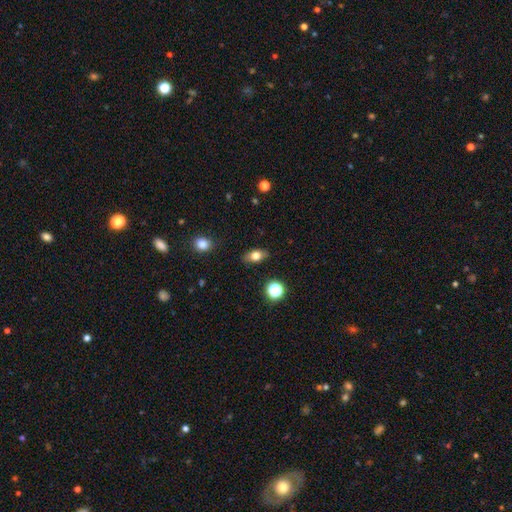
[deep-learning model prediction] smooth-or-featured: smooth: 74% | featured or disk: 16% | star or artifact: 10%
  how-rounded: in between: 79% | round: 15% | cigar-shaped: 5%
  merging: none: 85% | minor disturbance: 11% | major disturbance: 3% | merger: 2%